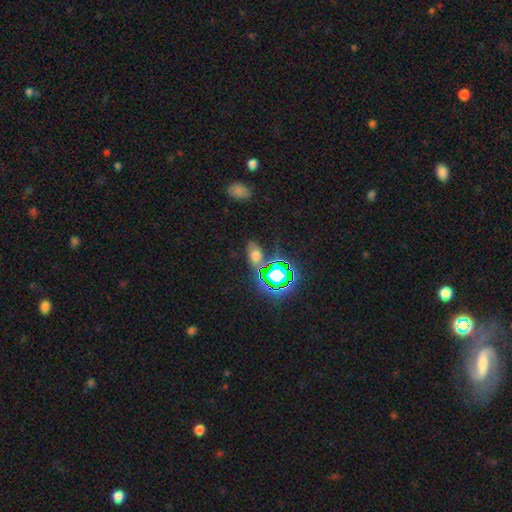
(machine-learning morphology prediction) A smooth galaxy with no disk features (50%).

Vote fractions:
- Smooth or featured? smooth: 50% / star or artifact: 36% / featured or disk: 14%
- Merging? none: 70% / minor disturbance: 15% / merger: 8% / major disturbance: 7%